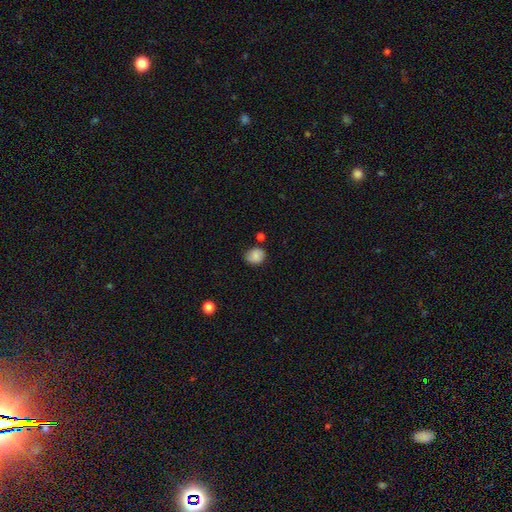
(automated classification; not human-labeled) The model was most divided on "how rounded": round: 67%, in between: 32%, cigar-shaped: 1%. More confident: smooth or featured — smooth (78%); merging — none (69%).